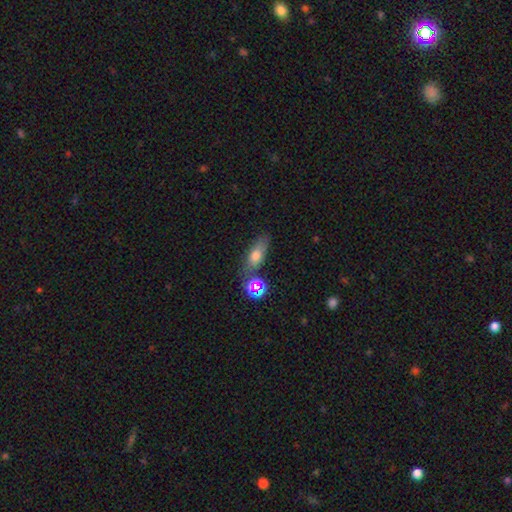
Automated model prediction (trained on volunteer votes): A smooth galaxy with no disk features (65%) that is in between round and cigar-shaped (67%).

Vote fractions:
- Smooth or featured? smooth: 65% / featured or disk: 19% / star or artifact: 16%
- How rounded? in between: 67% / cigar-shaped: 20% / round: 12%
- Merging? none: 64% / minor disturbance: 18% / merger: 12% / major disturbance: 6%